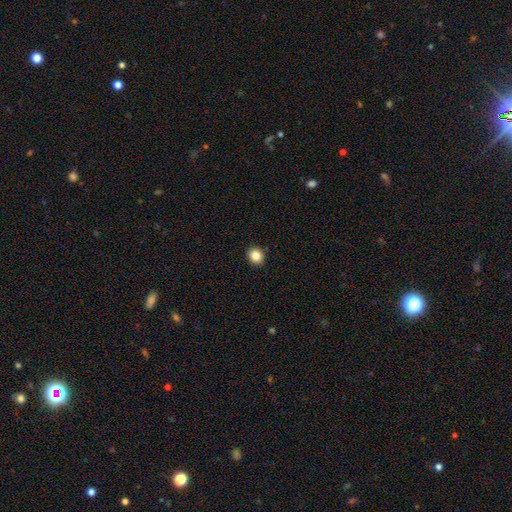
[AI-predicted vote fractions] The model was most divided on "how rounded": round: 72%, in between: 28%, cigar-shaped: 1%. More confident: merging — none (92%); smooth or featured — smooth (85%).